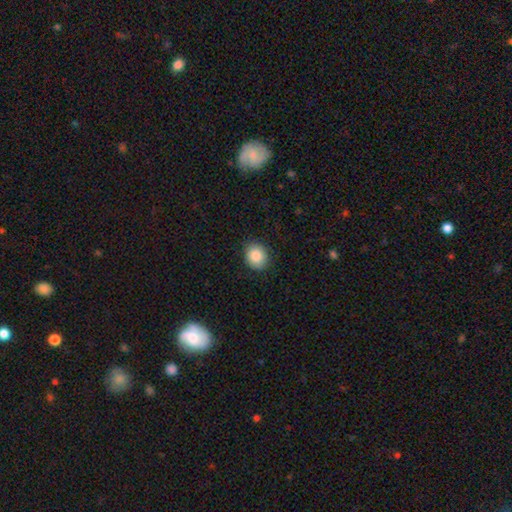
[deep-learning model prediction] smooth-or-featured: smooth: 86% | star or artifact: 8% | featured or disk: 6%
  how-rounded: round: 67% | in between: 33% | cigar-shaped: 1%
  merging: none: 86% | minor disturbance: 10% | major disturbance: 2% | merger: 1%